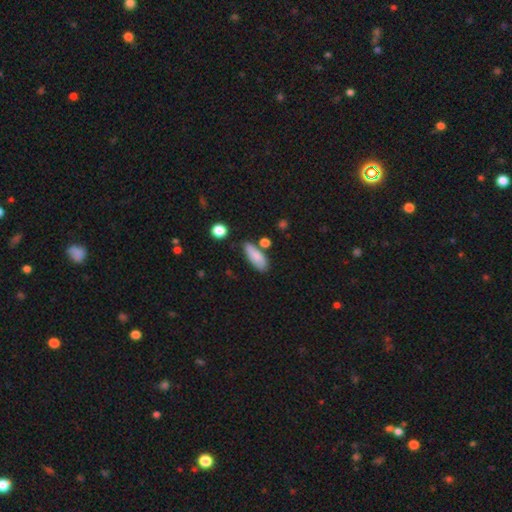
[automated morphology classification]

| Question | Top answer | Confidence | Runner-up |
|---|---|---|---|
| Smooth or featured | smooth | 82% | featured or disk (11%) |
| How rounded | in between | 72% | cigar-shaped (25%) |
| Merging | none | 63% | minor disturbance (22%) |